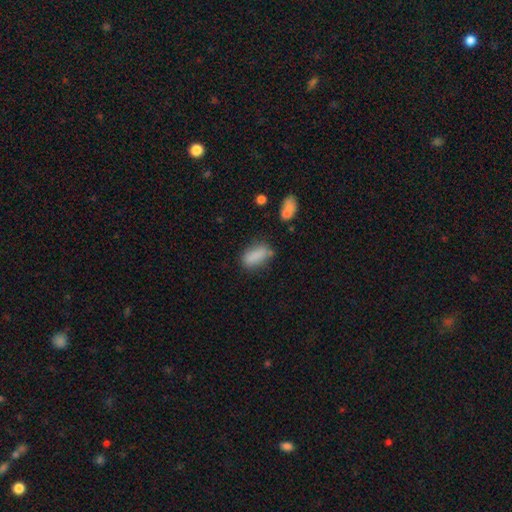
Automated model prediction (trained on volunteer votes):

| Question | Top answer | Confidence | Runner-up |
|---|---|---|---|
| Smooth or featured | smooth | 84% | star or artifact (9%) |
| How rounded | in between | 84% | cigar-shaped (12%) |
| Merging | none | 62% | minor disturbance (23%) |